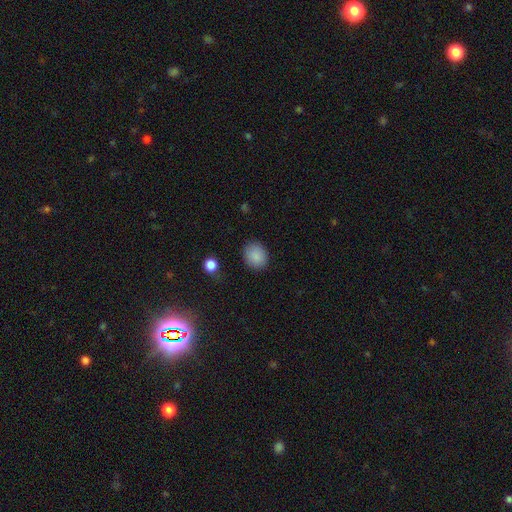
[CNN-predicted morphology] This appears to be a smooth galaxy with no disk features (88%) that is round (58%). Merging: none (85%).